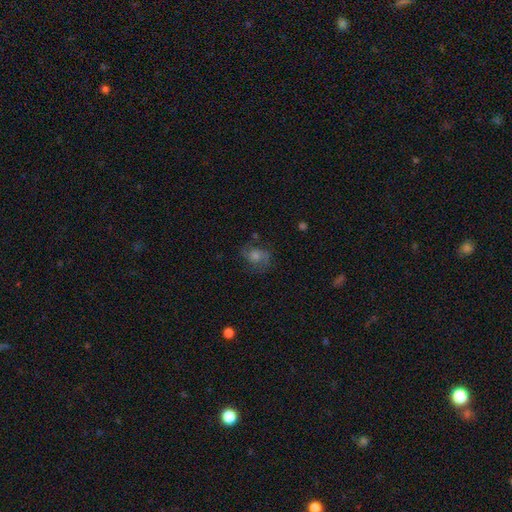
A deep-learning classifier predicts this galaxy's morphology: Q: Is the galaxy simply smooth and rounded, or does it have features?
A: featured or disk — 48%.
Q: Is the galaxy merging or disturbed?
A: none — 68%.